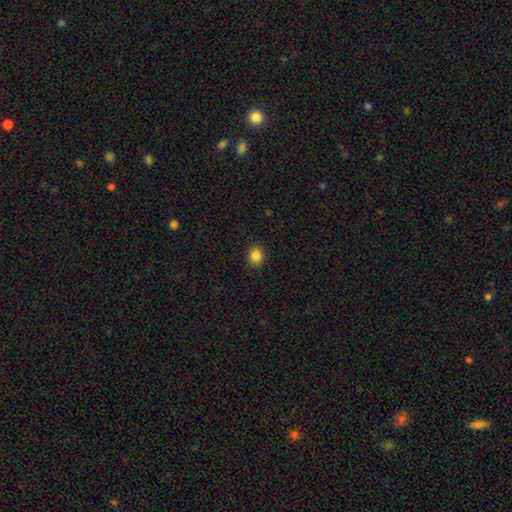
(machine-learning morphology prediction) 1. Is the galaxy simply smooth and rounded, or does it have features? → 86% smooth, 10% star or artifact, 4% featured or disk.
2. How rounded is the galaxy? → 54% round, 45% in between, 1% cigar-shaped.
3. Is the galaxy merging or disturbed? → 90% none, 7% minor disturbance, 2% major disturbance, 1% merger.